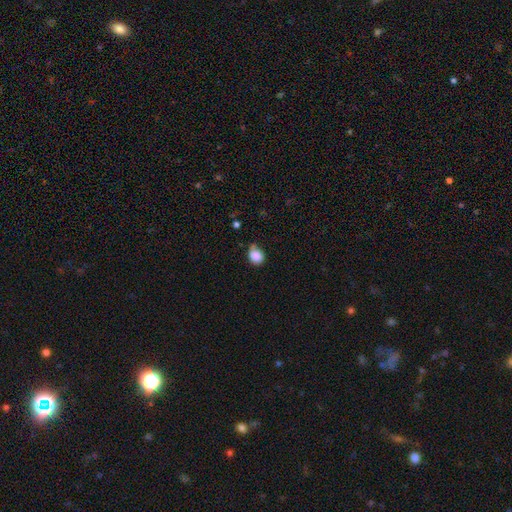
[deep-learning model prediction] smooth_or_featured: smooth (p=0.86) [alt: star or artifact p=0.09]
how_rounded: round (p=0.62) [alt: in between p=0.37]
merging: none (p=0.53) [alt: minor disturbance p=0.33]